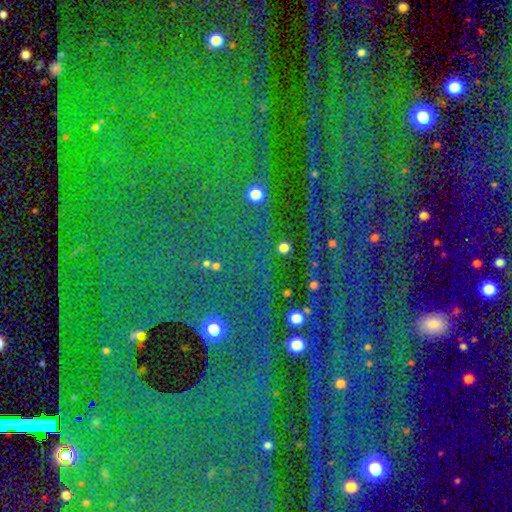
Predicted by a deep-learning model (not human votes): smooth-or-featured: star or artifact: 86% | featured or disk: 7% | smooth: 7%